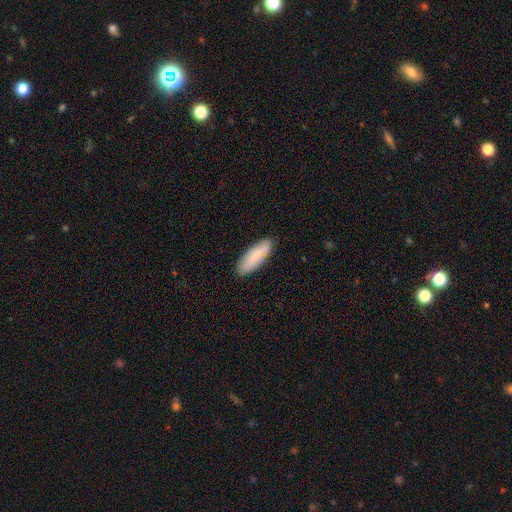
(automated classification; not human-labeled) Morphology: type=smooth (81%); roundness=in between (54%); merging=none (86%).